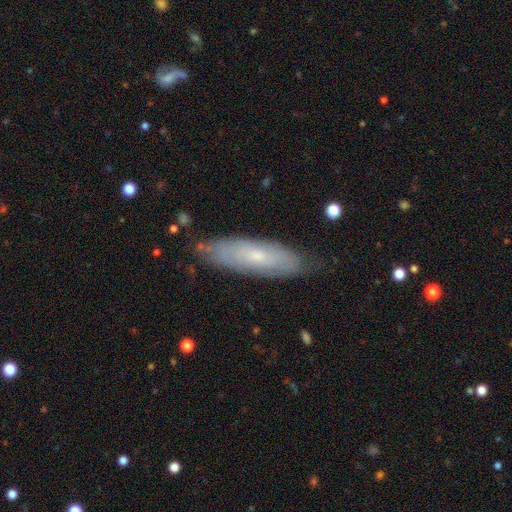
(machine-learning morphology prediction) type=smooth (47%); merging=none (75%).